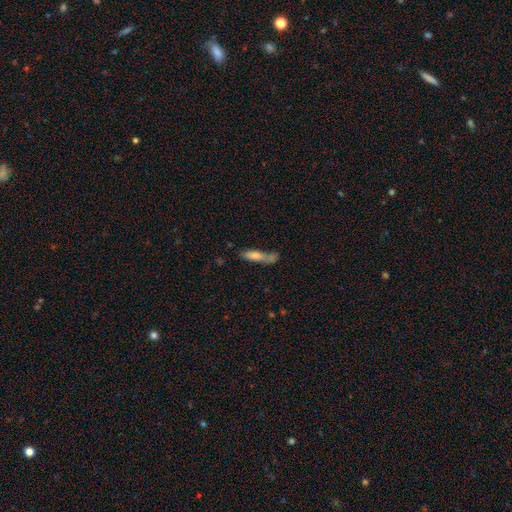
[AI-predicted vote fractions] This is likely a smooth galaxy (73%). How rounded: likely cigar-shaped (72%). Merging: marginally none (41%).